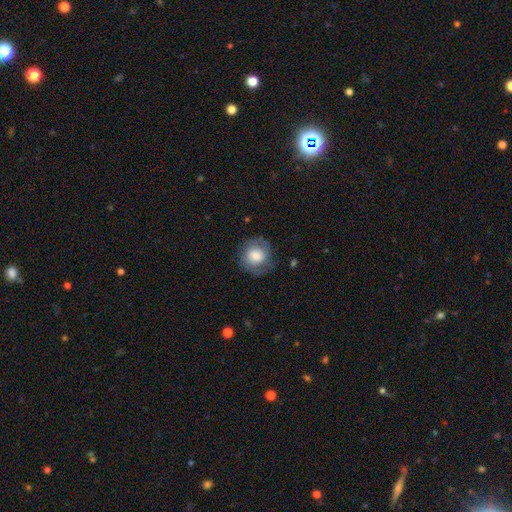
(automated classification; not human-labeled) smooth-or-featured: smooth: 68% | featured or disk: 24% | star or artifact: 8%
  how-rounded: round: 86% | in between: 13% | cigar-shaped: 1%
  merging: none: 74% | minor disturbance: 17% | major disturbance: 8% | merger: 1%